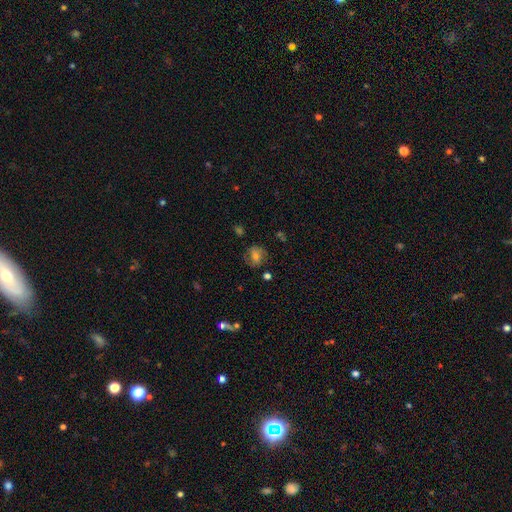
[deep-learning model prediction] Morphology: type=smooth (58%); roundness=round (59%); merging=none (71%).